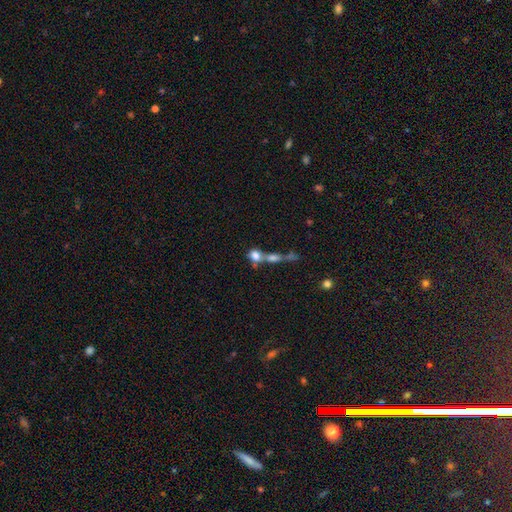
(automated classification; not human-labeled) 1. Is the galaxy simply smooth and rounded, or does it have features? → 70% smooth, 18% featured or disk, 12% star or artifact.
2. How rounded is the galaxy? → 58% round, 34% in between, 8% cigar-shaped.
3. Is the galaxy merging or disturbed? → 61% merger, 25% none, 7% minor disturbance, 7% major disturbance.